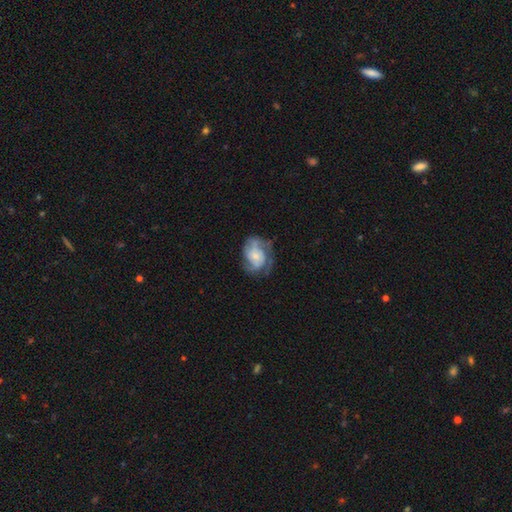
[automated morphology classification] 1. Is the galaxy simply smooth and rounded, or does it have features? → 69% featured or disk, 24% smooth, 6% star or artifact.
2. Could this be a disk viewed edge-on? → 97% no, 3% yes.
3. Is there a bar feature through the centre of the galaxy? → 75% no, 21% weak, 4% strong.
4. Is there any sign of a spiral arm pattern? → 86% yes, 14% no.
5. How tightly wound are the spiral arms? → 43% tight, 41% medium, 16% loose.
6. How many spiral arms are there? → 33% 2, 28% can't tell, 25% 3, 6% 4, 5% 1, 4% more than 4.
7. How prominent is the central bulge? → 49% small, 35% moderate, 8% large, 7% none, 2% dominant.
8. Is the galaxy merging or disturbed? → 55% none, 25% minor disturbance, 18% major disturbance, 2% merger.